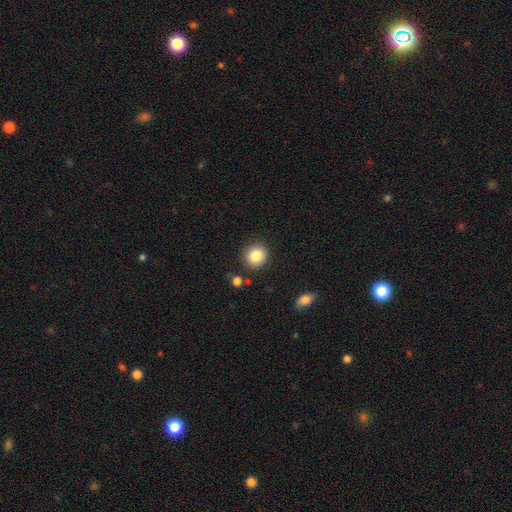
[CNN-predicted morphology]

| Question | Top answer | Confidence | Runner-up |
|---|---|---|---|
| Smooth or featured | smooth | 84% | star or artifact (10%) |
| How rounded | round | 89% | in between (10%) |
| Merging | none | 87% | minor disturbance (8%) |